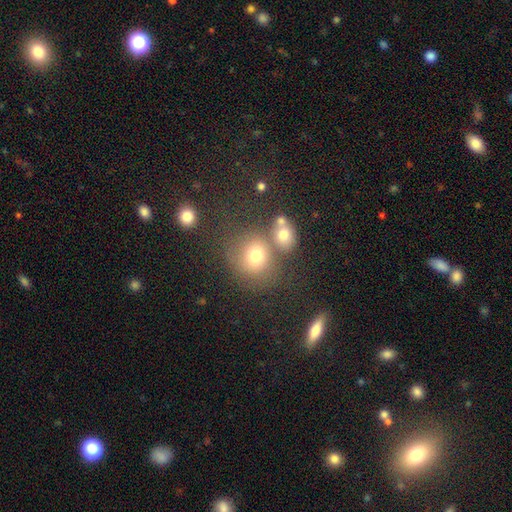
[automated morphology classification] Q: Smooth or featured?
A: smooth (71%); runner-up: star or artifact (15%)
Q: How rounded?
A: round (74%); runner-up: in between (25%)
Q: Merging?
A: none (52%); runner-up: merger (26%)